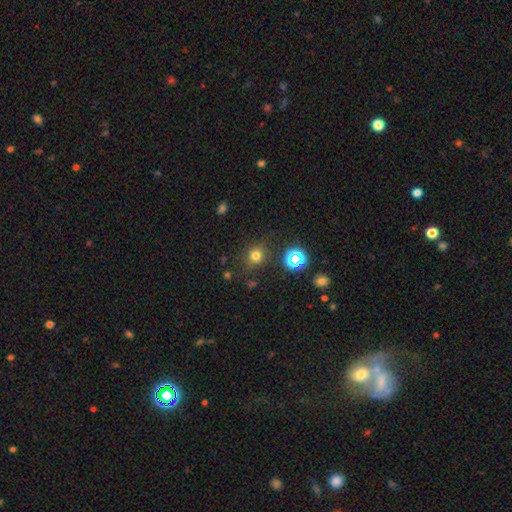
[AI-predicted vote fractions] Smooth or featured: smooth — 73% (star or artifact — 20%)
How rounded: round — 82% (in between — 17%)
Merging: none — 81% (minor disturbance — 11%)